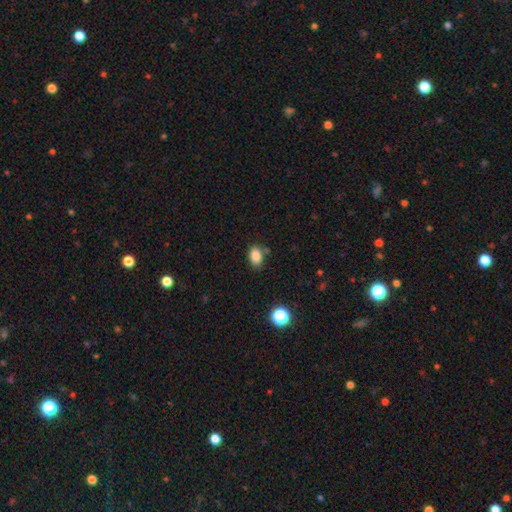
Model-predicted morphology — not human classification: This is clearly a smooth galaxy (85%). How rounded: clearly in between (82%). Merging: likely none (76%).